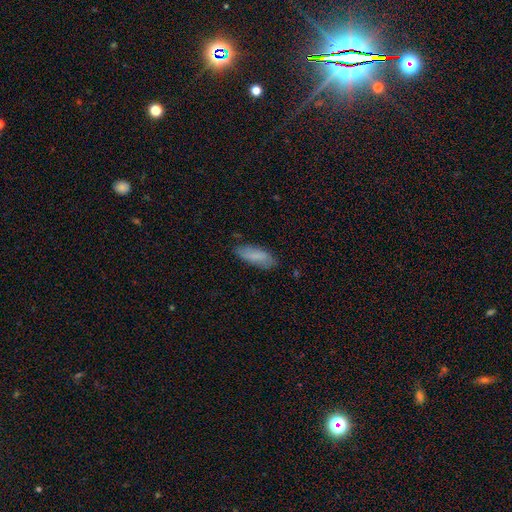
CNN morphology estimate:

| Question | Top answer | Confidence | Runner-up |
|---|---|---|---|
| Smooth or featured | smooth | 81% | featured or disk (13%) |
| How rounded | in between | 65% | cigar-shaped (33%) |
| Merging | none | 79% | minor disturbance (17%) |